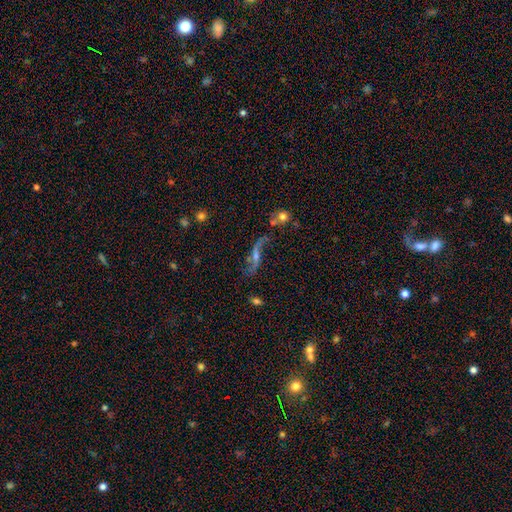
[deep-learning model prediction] This appears to be a featured or disk galaxy (72%) with no bar (44%), spiral arms (82%) and a small central bulge (48%). Merging: none (47%).